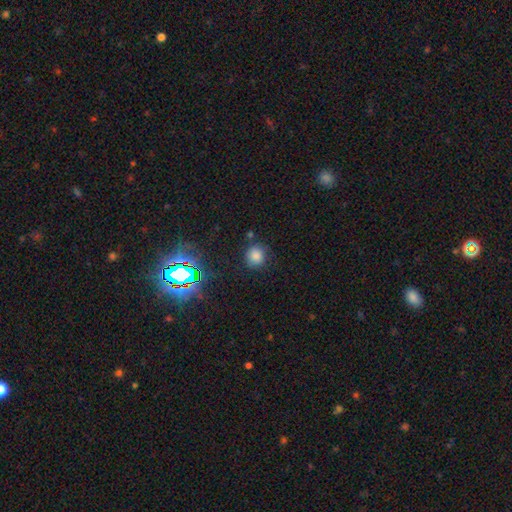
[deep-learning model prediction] Overall: smooth (76%). How rounded: round (87%). Merging: none (79%).